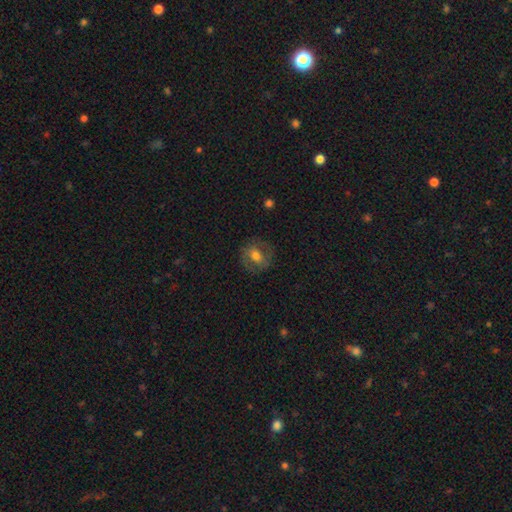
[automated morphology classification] smooth-or-featured: smooth: 53% | featured or disk: 38% | star or artifact: 9%
  how-rounded: round: 64% | in between: 34% | cigar-shaped: 2%
  merging: none: 78% | minor disturbance: 14% | major disturbance: 7% | merger: 1%